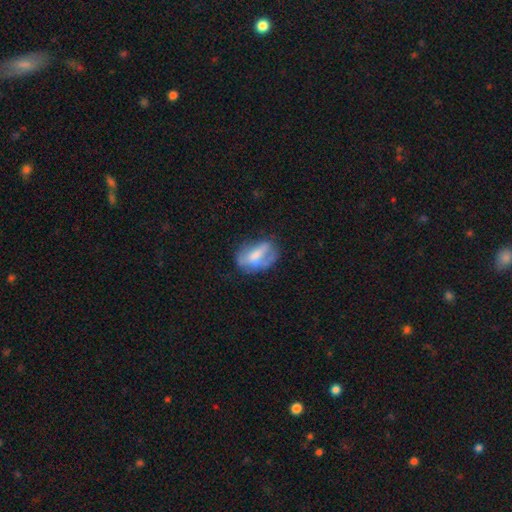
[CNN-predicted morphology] Smooth or featured?
  - smooth: 54% *
  - featured or disk: 37%
  - star or artifact: 8%
How rounded?
  - in between: 85% *
  - round: 12%
  - cigar-shaped: 3%
Merging?
  - none: 46% *
  - minor disturbance: 29%
  - major disturbance: 21%
  - merger: 4%